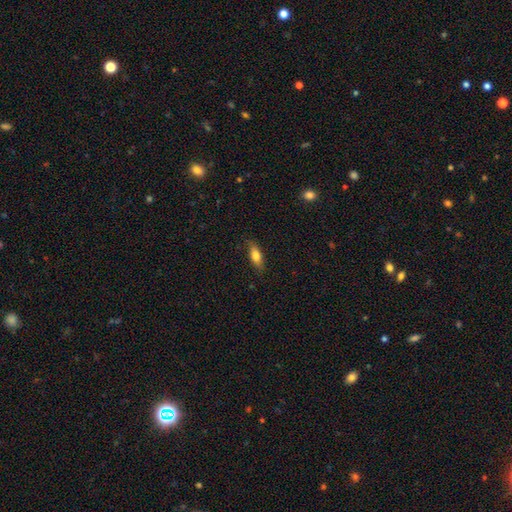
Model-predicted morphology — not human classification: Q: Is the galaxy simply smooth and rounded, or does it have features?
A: smooth — 72%.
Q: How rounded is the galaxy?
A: in between — 66%.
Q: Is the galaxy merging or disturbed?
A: none — 79%.